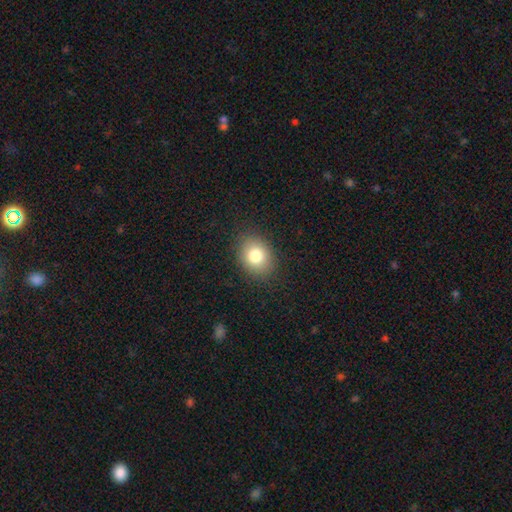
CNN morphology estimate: smooth-or-featured: smooth: 81% | star or artifact: 10% | featured or disk: 9%
  how-rounded: in between: 51% | round: 48% | cigar-shaped: 1%
  merging: none: 87% | minor disturbance: 9% | major disturbance: 3% | merger: 1%